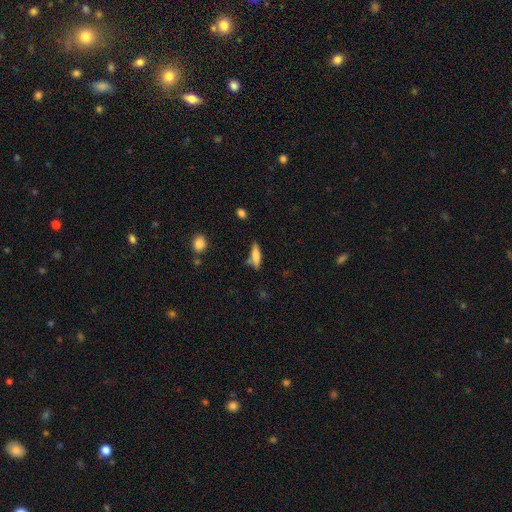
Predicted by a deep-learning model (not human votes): Morphology: type=smooth (71%); roundness=cigar-shaped (59%); merging=none (69%).